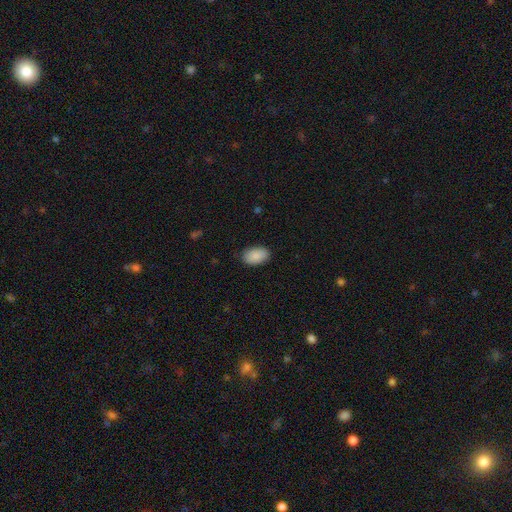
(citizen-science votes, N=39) Smooth or featured? smooth (92%)
How rounded? in between (100%)
Merging? none (86%)